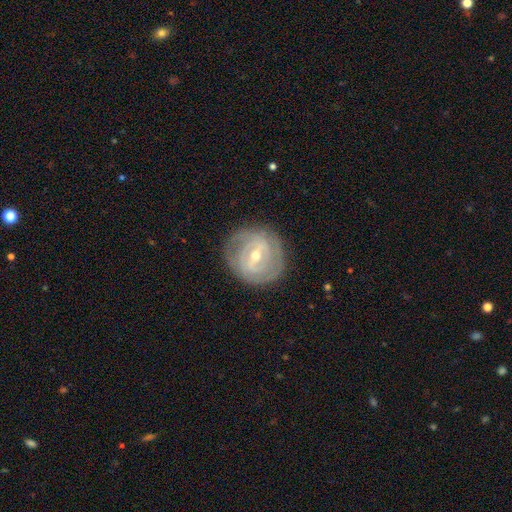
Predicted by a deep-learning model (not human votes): smooth_or_featured: featured or disk (p=0.81) [alt: smooth p=0.14]
disk_edge_on: no (p=0.96) [alt: yes p=0.04]
bar: weak (p=0.47) [alt: strong p=0.35]
has_spiral_arms: yes (p=0.81) [alt: no p=0.19]
spiral_winding: tight (p=0.72) [alt: medium p=0.22]
spiral_arm_count: can't tell (p=0.38) [tied with: 2 p=0.38]
bulge_size: small (p=0.51) [alt: moderate p=0.46]
merging: none (p=0.83) [alt: minor disturbance p=0.12]